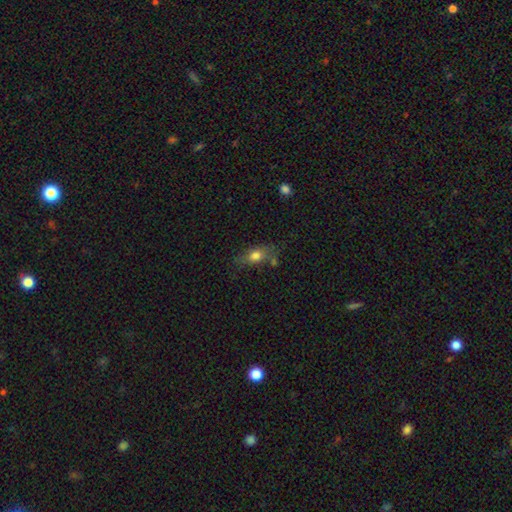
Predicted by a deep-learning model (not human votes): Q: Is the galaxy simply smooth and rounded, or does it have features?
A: smooth — 73%.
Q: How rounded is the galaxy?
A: in between — 74%.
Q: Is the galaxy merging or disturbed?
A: none — 60%.